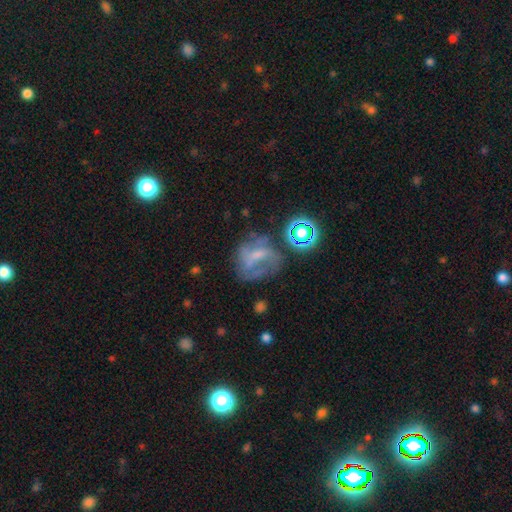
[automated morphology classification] This is possibly a featured or disk galaxy (49%). Merging: possibly none (46%).